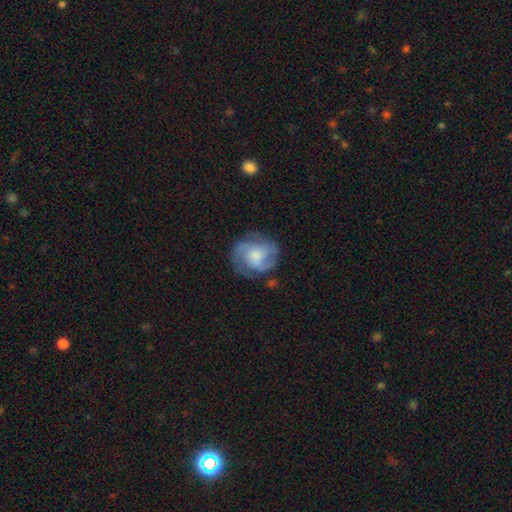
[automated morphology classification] Overall: featured or disk (67%). Edge-on disk: no (98%). Bar: no (64%; weak 31%). Spiral arms: yes (90%). Spiral arm count: 2 (31%; 3 28%). Spiral winding: medium (45%; tight 37%). Bulge size: moderate (38%; small 32%). Merging: none (68%).